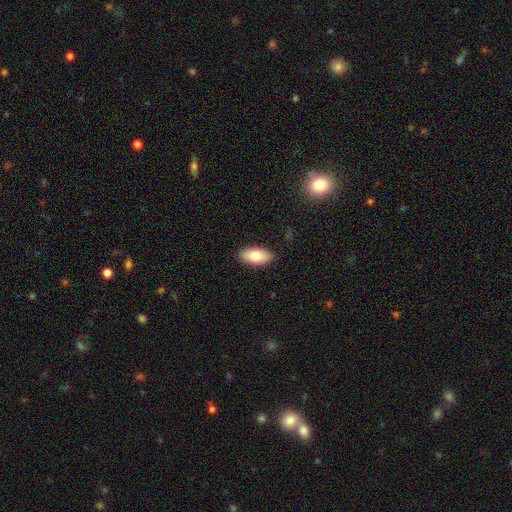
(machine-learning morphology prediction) Q: Smooth or featured?
A: smooth (81%); runner-up: featured or disk (12%)
Q: How rounded?
A: in between (93%); runner-up: cigar-shaped (4%)
Q: Merging?
A: none (88%); runner-up: minor disturbance (9%)